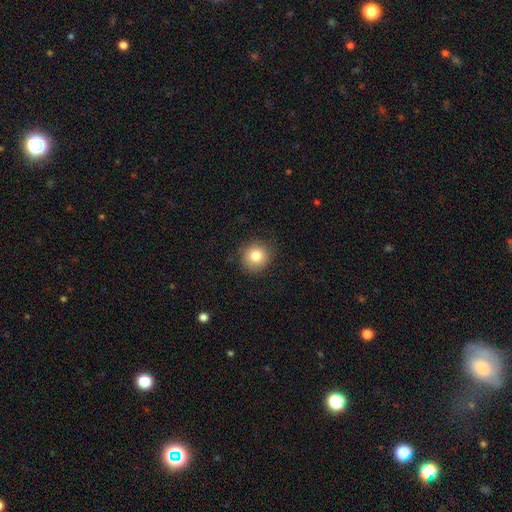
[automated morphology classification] smooth-or-featured: smooth: 81% | star or artifact: 10% | featured or disk: 8%
  how-rounded: round: 90% | in between: 9% | cigar-shaped: 1%
  merging: none: 86% | minor disturbance: 10% | major disturbance: 3% | merger: 1%